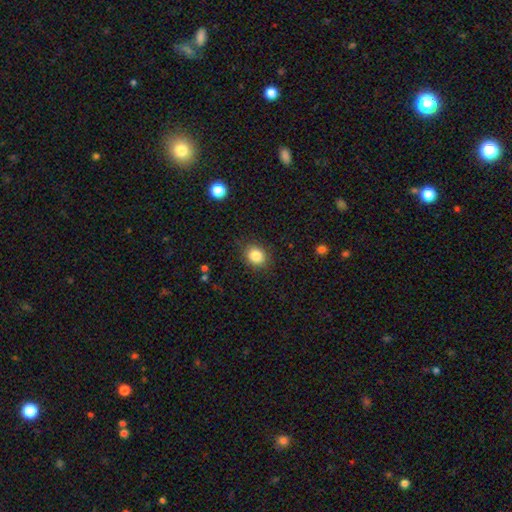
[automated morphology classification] smooth-or-featured: smooth: 85% | star or artifact: 10% | featured or disk: 6%
  how-rounded: round: 65% | in between: 34% | cigar-shaped: 1%
  merging: none: 86% | minor disturbance: 10% | major disturbance: 3% | merger: 1%